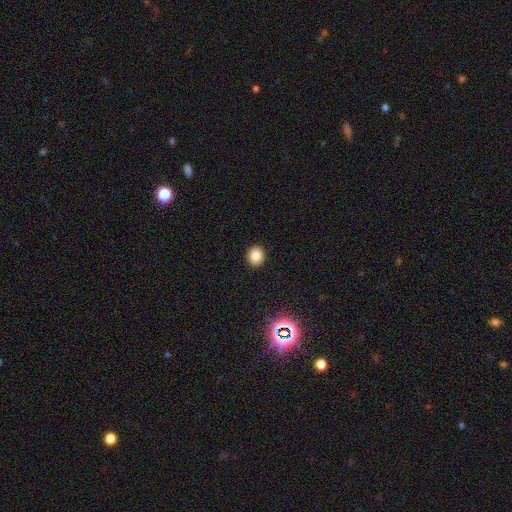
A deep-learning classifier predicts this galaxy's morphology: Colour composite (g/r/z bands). It shows a smooth galaxy with no disk features (82%) that is round (76%). Merging: none (92%).